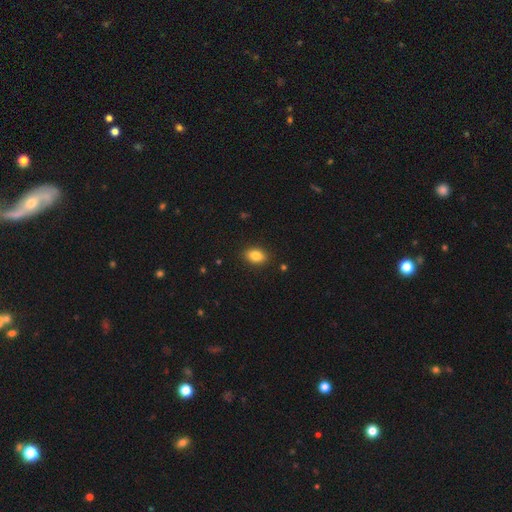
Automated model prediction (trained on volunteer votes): Smooth or featured?
  - smooth: 85% *
  - star or artifact: 9%
  - featured or disk: 6%
How rounded?
  - in between: 83% *
  - round: 15%
  - cigar-shaped: 2%
Merging?
  - none: 89% *
  - minor disturbance: 8%
  - major disturbance: 2%
  - merger: 1%